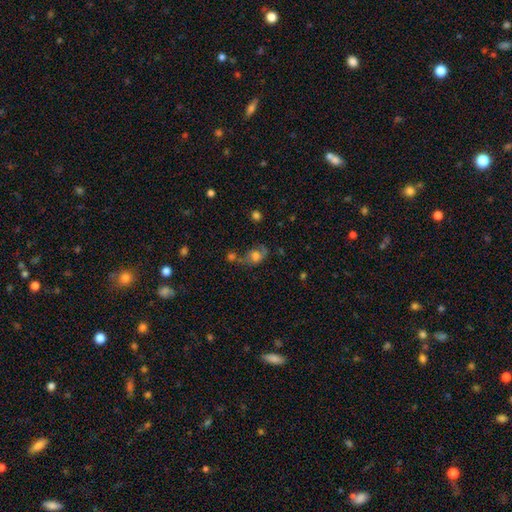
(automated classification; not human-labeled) smooth_or_featured: smooth (p=0.55) [alt: featured or disk p=0.30]
how_rounded: in between (p=0.61) [alt: round p=0.37]
merging: none (p=0.30) [alt: major disturbance p=0.25]